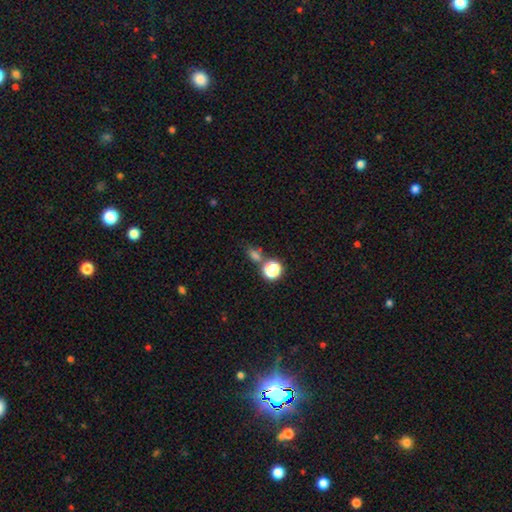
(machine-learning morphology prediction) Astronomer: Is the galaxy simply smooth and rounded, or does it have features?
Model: smooth — 58% (runner-up: star or artifact, 34%).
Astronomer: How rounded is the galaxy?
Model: round — 53% (runner-up: in between, 44%).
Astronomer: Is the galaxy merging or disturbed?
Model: none — 66%.